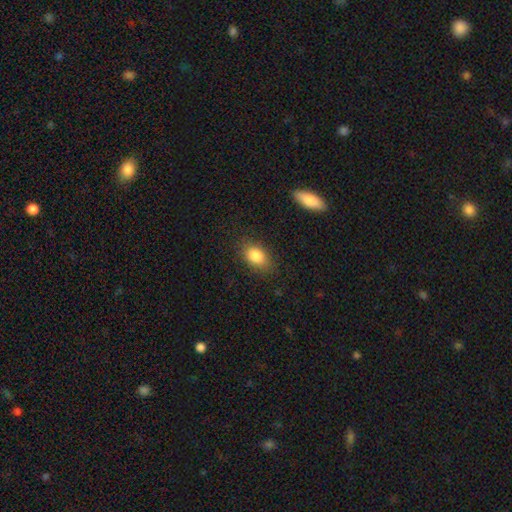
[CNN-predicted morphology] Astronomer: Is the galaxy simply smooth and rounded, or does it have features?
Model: smooth — 84%.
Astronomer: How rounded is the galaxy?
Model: in between — 81%.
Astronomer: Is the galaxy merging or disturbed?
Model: none — 82%.